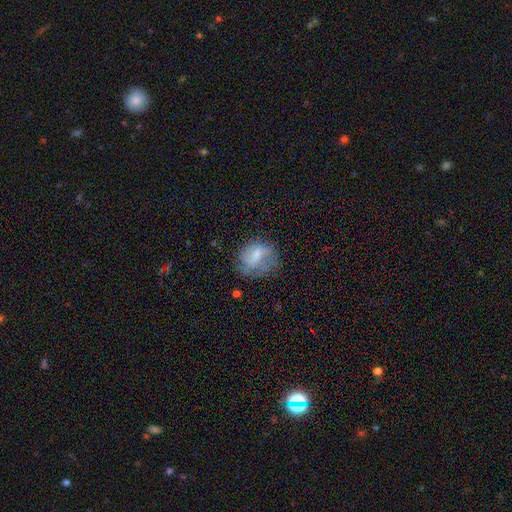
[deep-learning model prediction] smooth_or_featured: smooth (p=0.51) [alt: featured or disk p=0.39]
how_rounded: round (p=0.60) [alt: in between p=0.38]
merging: none (p=0.49) [alt: minor disturbance p=0.26]